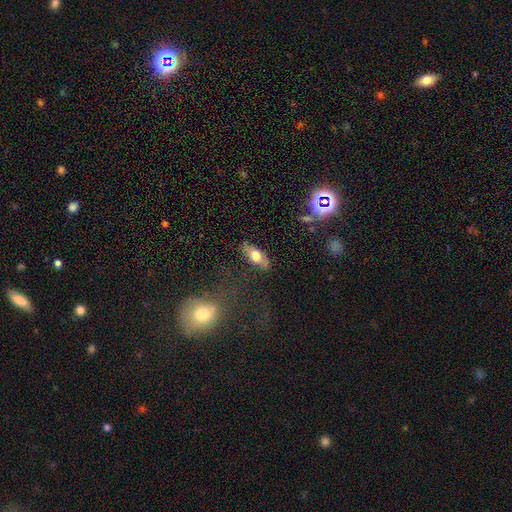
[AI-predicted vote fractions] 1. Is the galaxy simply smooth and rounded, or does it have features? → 63% smooth, 29% featured or disk, 8% star or artifact.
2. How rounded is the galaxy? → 79% in between, 17% cigar-shaped, 4% round.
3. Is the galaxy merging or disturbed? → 81% none, 14% minor disturbance, 3% major disturbance, 2% merger.